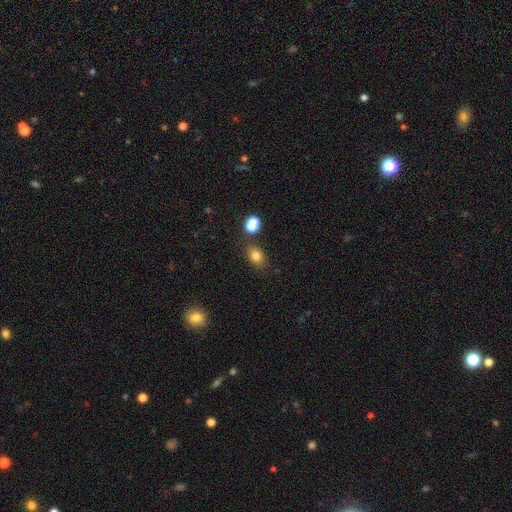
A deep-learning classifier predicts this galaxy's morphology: Overall: smooth (80%). How rounded: in between (67%; round 31%). Merging: none (74%).